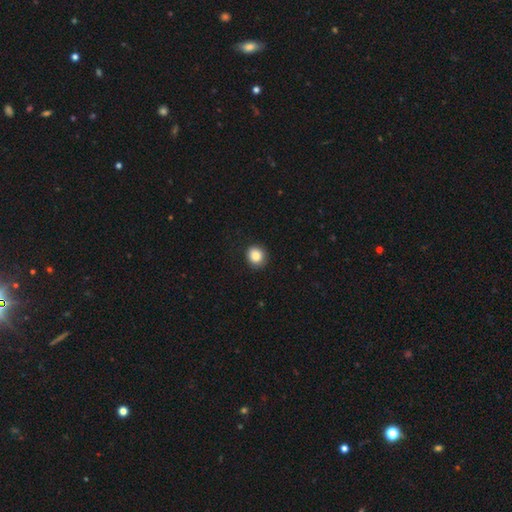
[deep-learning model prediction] Q: Smooth or featured?
A: smooth (86%); runner-up: star or artifact (9%)
Q: How rounded?
A: round (80%); runner-up: in between (19%)
Q: Merging?
A: none (88%); runner-up: minor disturbance (9%)